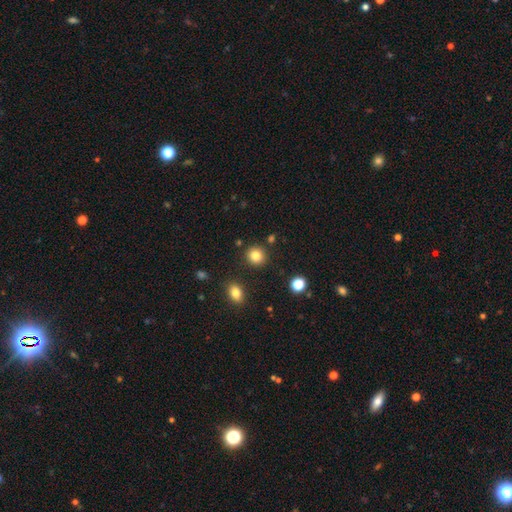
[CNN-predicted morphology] Smooth or featured?
  - smooth: 83% *
  - star or artifact: 11%
  - featured or disk: 6%
How rounded?
  - round: 89% *
  - in between: 10%
  - cigar-shaped: 1%
Merging?
  - none: 89% *
  - minor disturbance: 6%
  - merger: 3%
  - major disturbance: 2%